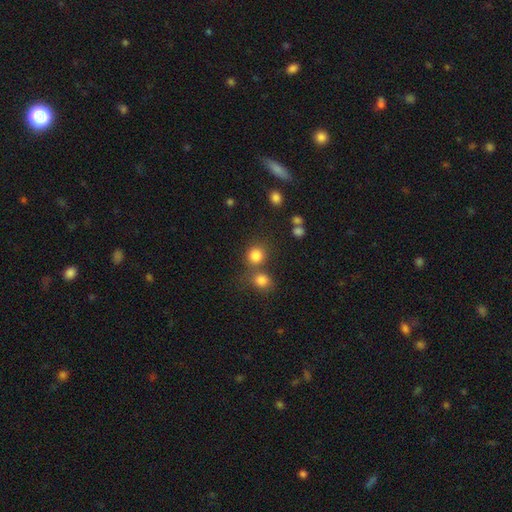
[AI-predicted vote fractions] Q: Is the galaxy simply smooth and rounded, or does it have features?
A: smooth — 82%.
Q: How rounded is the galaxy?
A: round — 86%.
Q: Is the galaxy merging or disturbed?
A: none — 58%.